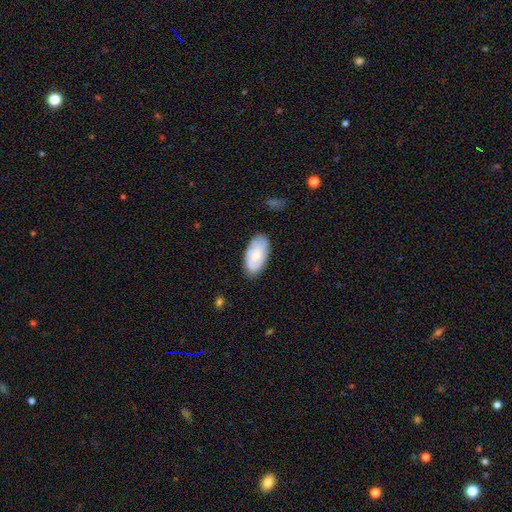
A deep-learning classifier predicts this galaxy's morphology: smooth-or-featured: smooth: 55% | featured or disk: 39% | star or artifact: 6%
  how-rounded: in between: 94% | round: 4% | cigar-shaped: 3%
  merging: none: 78% | minor disturbance: 16% | major disturbance: 3% | merger: 2%